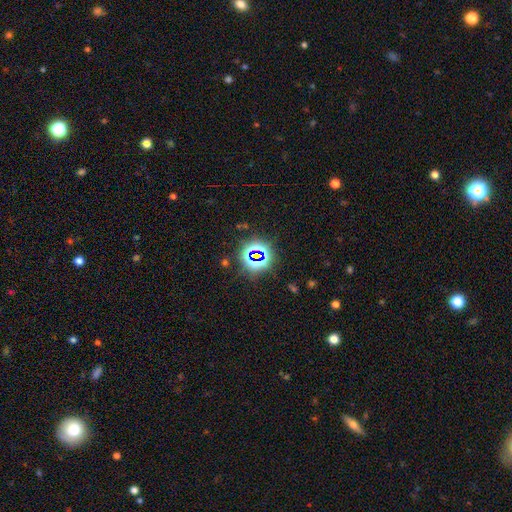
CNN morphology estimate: star or artifact 74%, smooth 17%, featured or disk 9%.